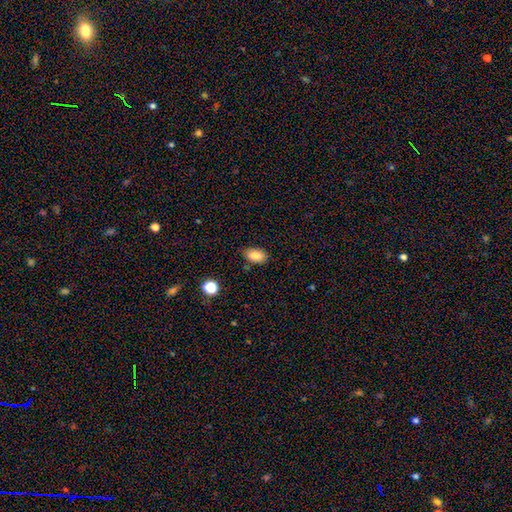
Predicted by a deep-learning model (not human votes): The model was most divided on "merging": none: 81%, minor disturbance: 14%, major disturbance: 3%, merger: 2%. More confident: how rounded — in between (91%); smooth or featured — smooth (85%).